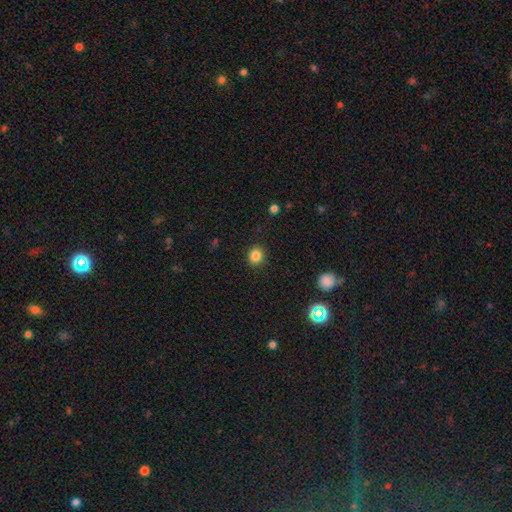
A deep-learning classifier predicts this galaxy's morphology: The model was most divided on "how rounded": round: 85%, in between: 14%, cigar-shaped: 1%. More confident: merging — none (90%); smooth or featured — smooth (84%).